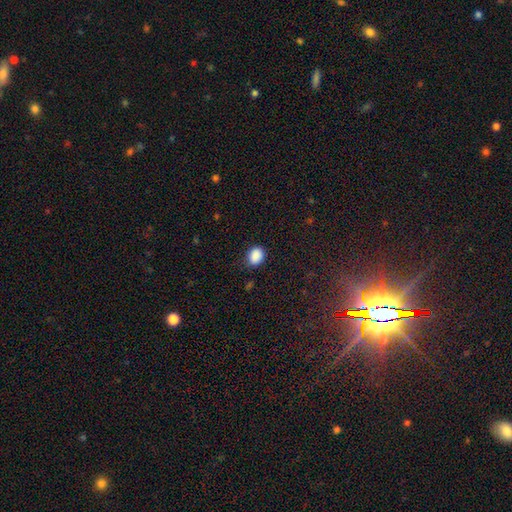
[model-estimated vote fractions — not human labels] Smooth or featured: smooth — 88% (star or artifact — 9%)
How rounded: in between — 50% (round — 49%)
Merging: none — 80% (minor disturbance — 15%)